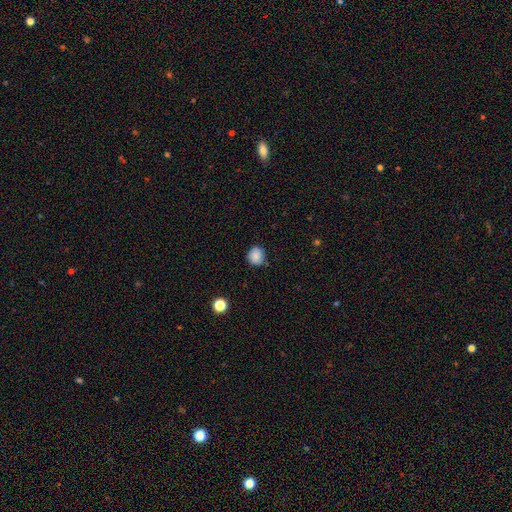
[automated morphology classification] smooth_or_featured: smooth (p=0.86) [alt: star or artifact p=0.09]
how_rounded: round (p=0.78) [alt: in between p=0.21]
merging: none (p=0.80) [alt: minor disturbance p=0.15]